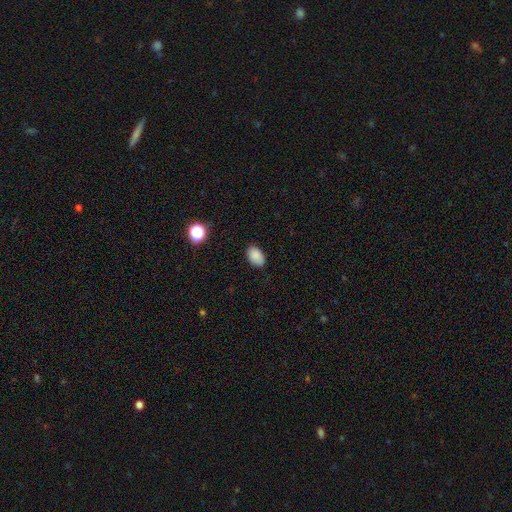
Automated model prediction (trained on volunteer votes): The model was most divided on "merging": none: 84%, minor disturbance: 12%, major disturbance: 3%, merger: 1%. More confident: how rounded — in between (88%); smooth or featured — smooth (86%).